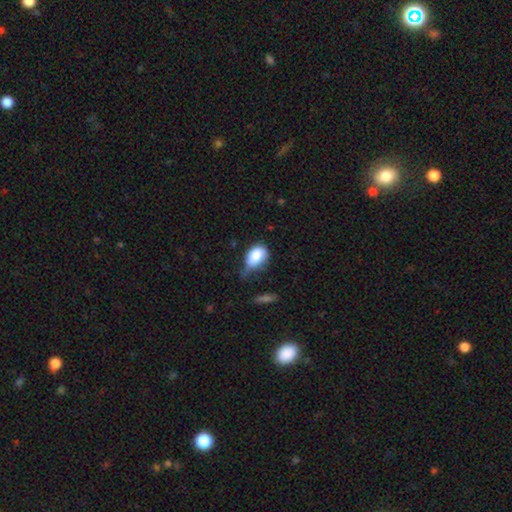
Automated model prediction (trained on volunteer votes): smooth_or_featured: smooth (p=0.83) [alt: featured or disk p=0.10]
how_rounded: in between (p=0.83) [alt: round p=0.16]
merging: minor disturbance (p=0.46) [alt: none p=0.27]